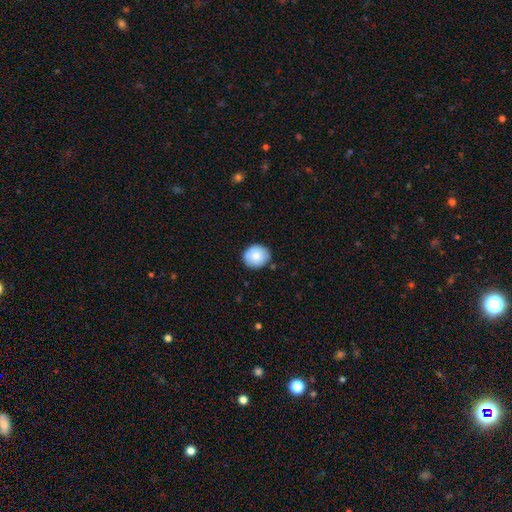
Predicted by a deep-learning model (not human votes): Smooth or featured?
  - smooth: 84% *
  - featured or disk: 9%
  - star or artifact: 7%
How rounded?
  - round: 81% *
  - in between: 18%
  - cigar-shaped: 1%
Merging?
  - none: 86% *
  - minor disturbance: 11%
  - major disturbance: 2%
  - merger: 1%